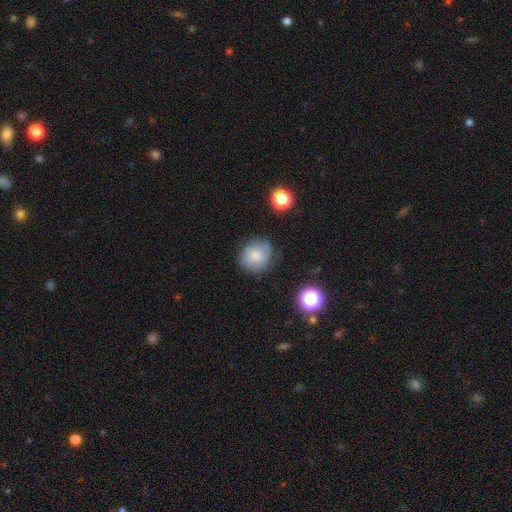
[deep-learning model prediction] smooth-or-featured: smooth: 76% | featured or disk: 14% | star or artifact: 10%
  how-rounded: round: 77% | in between: 22% | cigar-shaped: 1%
  merging: none: 71% | minor disturbance: 21% | major disturbance: 6% | merger: 2%